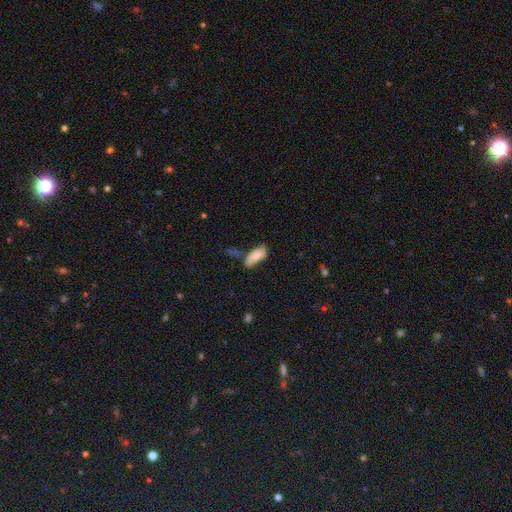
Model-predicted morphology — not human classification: type=smooth (73%); roundness=in between (83%); merging=none (44%).